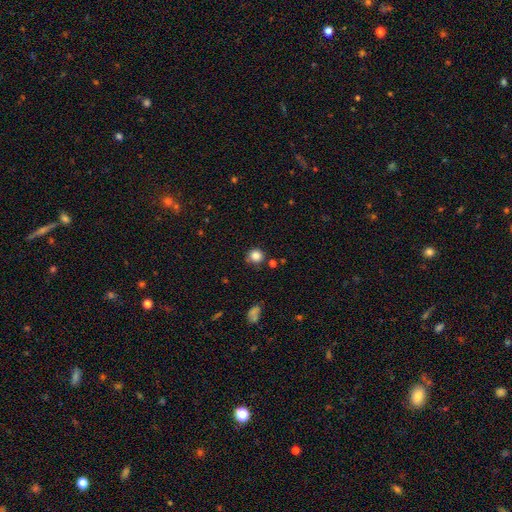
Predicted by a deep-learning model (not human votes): smooth-or-featured: smooth: 85% | star or artifact: 11% | featured or disk: 4%
  how-rounded: round: 90% | in between: 9% | cigar-shaped: 1%
  merging: none: 79% | minor disturbance: 13% | merger: 4% | major disturbance: 3%